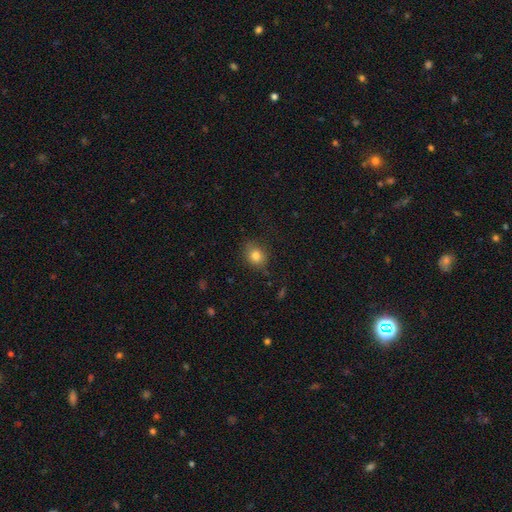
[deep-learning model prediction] smooth 81%, star or artifact 11%, featured or disk 8%. Down the decision tree: how rounded — round (63%); merging — none (78%).